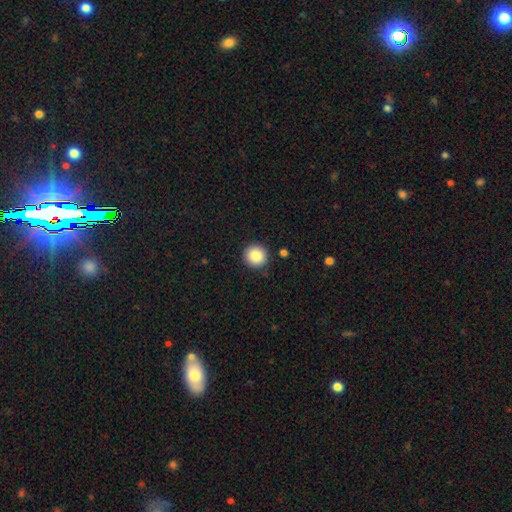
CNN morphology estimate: This is clearly a smooth galaxy (86%). How rounded: clearly round (94%). Merging: clearly none (91%).